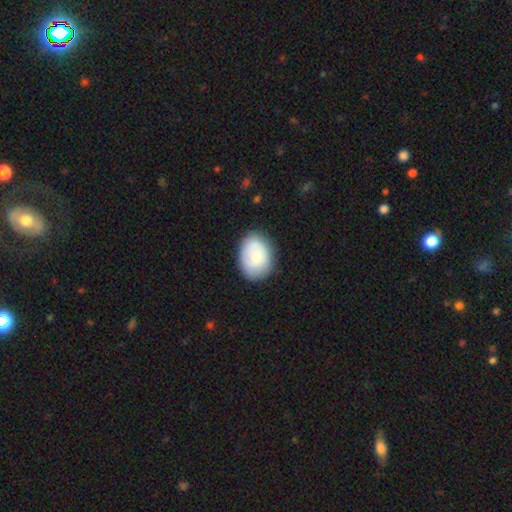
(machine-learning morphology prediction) A smooth galaxy with no disk features (73%) that is in between round and cigar-shaped (70%). Merging: none (77%).